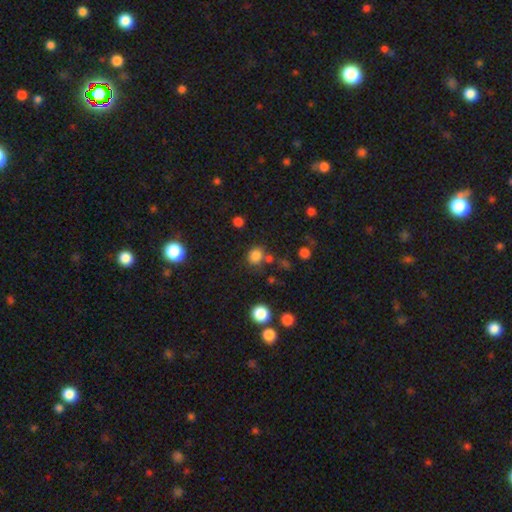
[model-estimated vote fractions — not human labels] Q: Smooth or featured?
A: smooth (79%); runner-up: star or artifact (15%)
Q: How rounded?
A: round (67%); runner-up: in between (32%)
Q: Merging?
A: none (70%); runner-up: minor disturbance (13%)